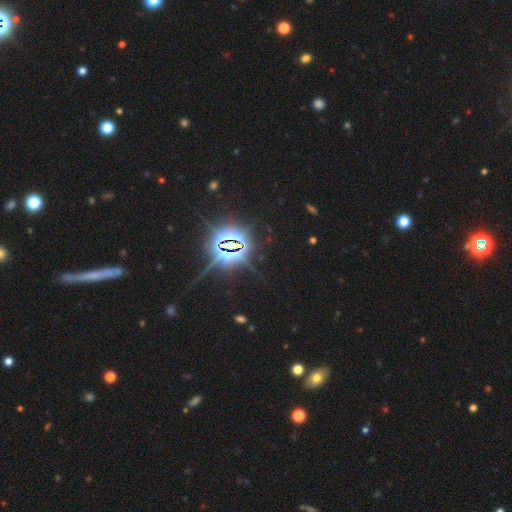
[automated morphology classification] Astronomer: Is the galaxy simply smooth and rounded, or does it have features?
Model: star or artifact — 83%.